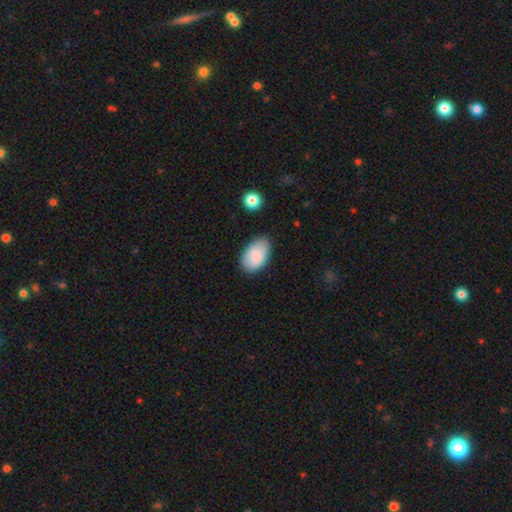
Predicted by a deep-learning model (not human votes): Smooth or featured: smooth — 88% (featured or disk — 6%)
How rounded: in between — 94% (round — 4%)
Merging: none — 76% (minor disturbance — 18%)